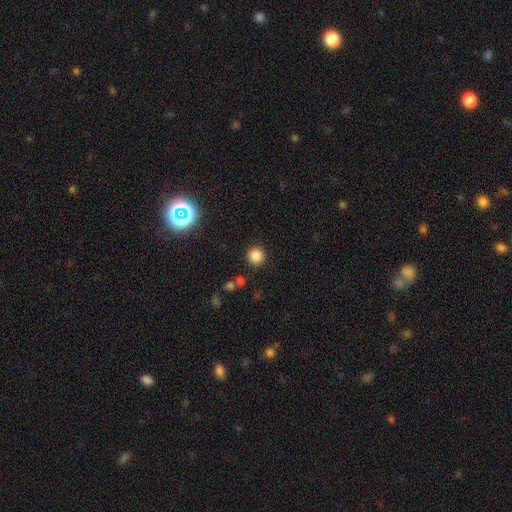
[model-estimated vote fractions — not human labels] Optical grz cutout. It shows a smooth galaxy with no disk features (82%) that is round (94%). Merging: none (88%).